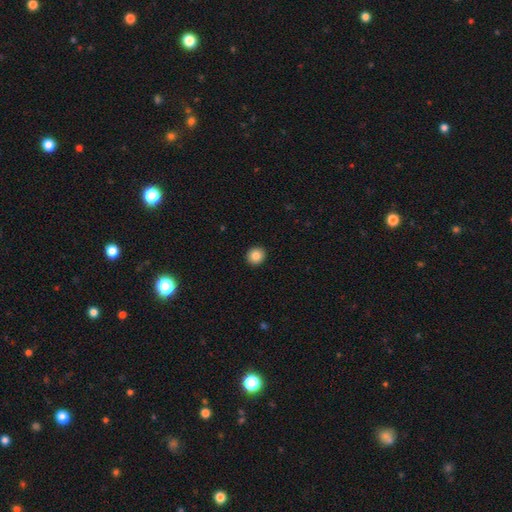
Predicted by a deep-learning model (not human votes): Smooth or featured? smooth (85%)
How rounded? round (85%)
Merging? none (93%)